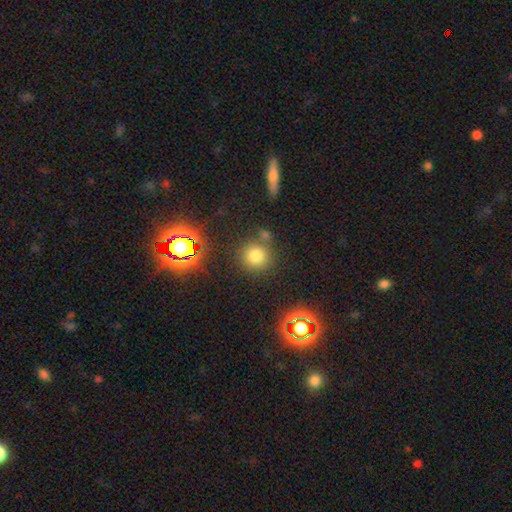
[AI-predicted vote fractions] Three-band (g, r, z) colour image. It shows a smooth galaxy with no disk features (74%) that is round (91%). Merging: none (75%).